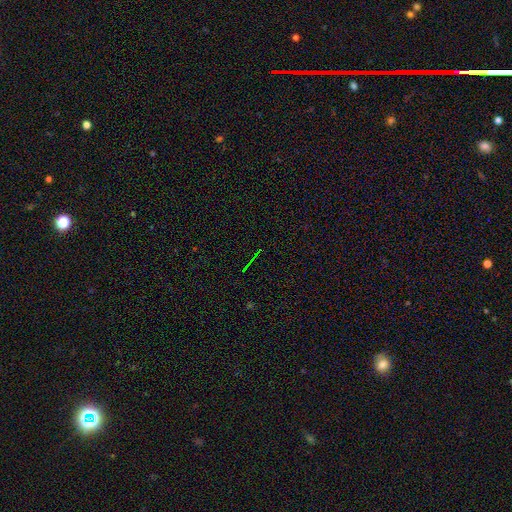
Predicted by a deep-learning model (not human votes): This appears to be a star or artifact, not a galaxy (76%).